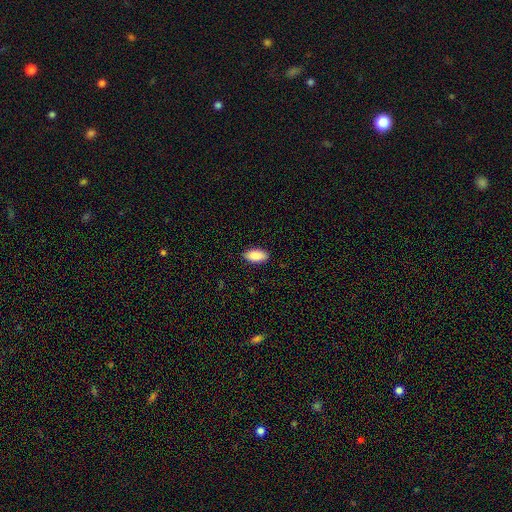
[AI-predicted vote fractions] Smooth or featured? smooth (90%)
How rounded? in between (92%)
Merging? none (89%)